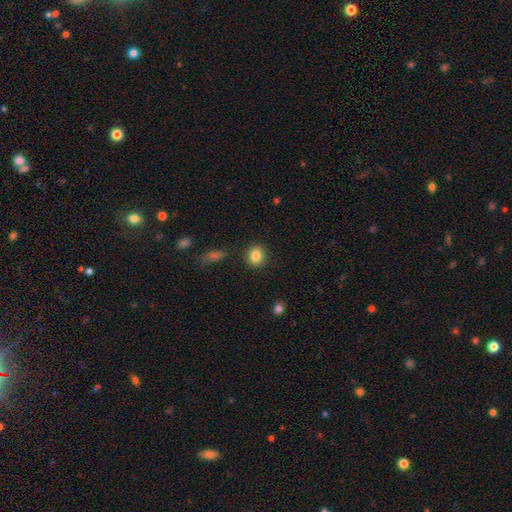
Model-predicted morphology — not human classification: Smooth or featured? Predicted: smooth (p=0.85). How rounded? Predicted: round (p=0.77). Merging? Predicted: none (p=0.88).